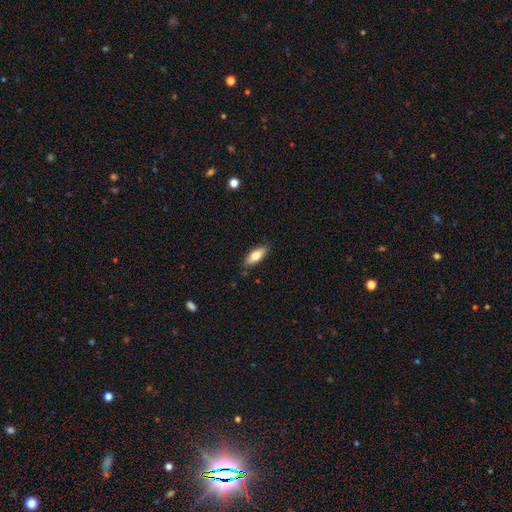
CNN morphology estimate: Smooth or featured: smooth — 71% (featured or disk — 23%)
How rounded: in between — 67% (cigar-shaped — 31%)
Merging: none — 86% (minor disturbance — 11%)